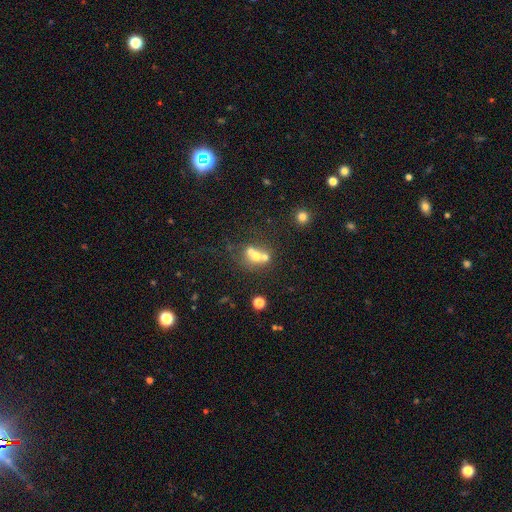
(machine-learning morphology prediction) A smooth galaxy with no disk features (56%) that is round (72%).

Vote fractions:
- Smooth or featured? smooth: 56% / featured or disk: 27% / star or artifact: 17%
- How rounded? round: 72% / in between: 26% / cigar-shaped: 1%
- Merging? merger: 55% / none: 33% / minor disturbance: 7% / major disturbance: 5%